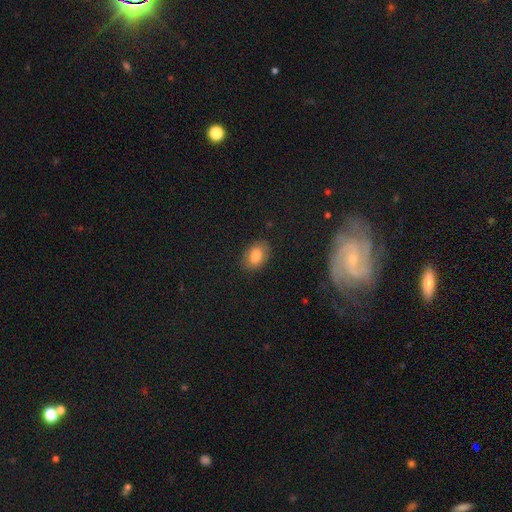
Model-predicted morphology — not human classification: smooth-or-featured: smooth: 82% | star or artifact: 9% | featured or disk: 9%
  how-rounded: in between: 85% | round: 14% | cigar-shaped: 1%
  merging: none: 81% | minor disturbance: 14% | major disturbance: 3% | merger: 1%